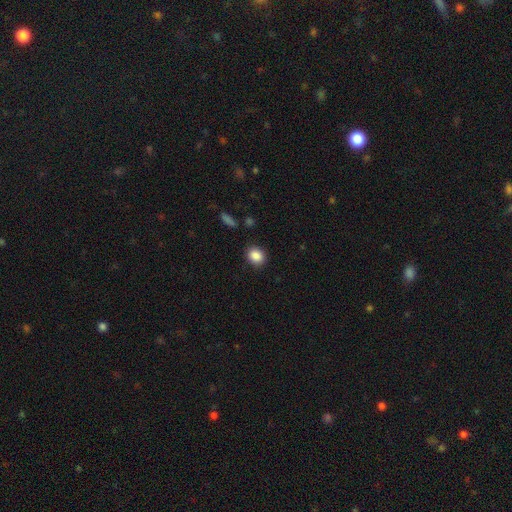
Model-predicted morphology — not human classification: smooth_or_featured: smooth (p=0.88) [alt: star or artifact p=0.09]
how_rounded: round (p=0.64) [alt: in between p=0.35]
merging: none (p=0.87) [alt: minor disturbance p=0.09]